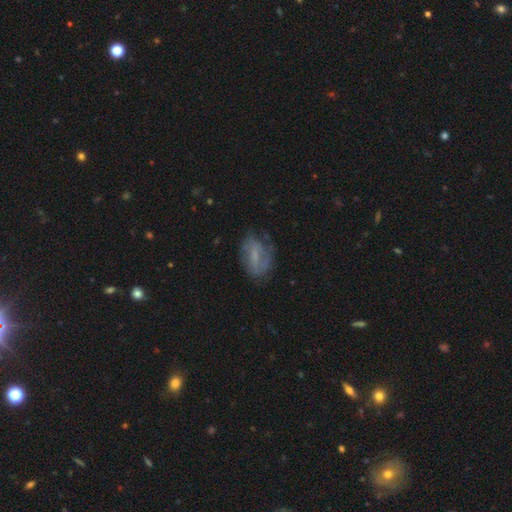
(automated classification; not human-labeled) The model was most divided on "bulge size": small: 46%, none: 33%, moderate: 18%, large: 2%, dominant: 1%. Remaining: edge-on disk — no (95%); spiral arms — yes (75%); merging — none (61%); smooth or featured — featured or disk (55%); bar — weak (47%).